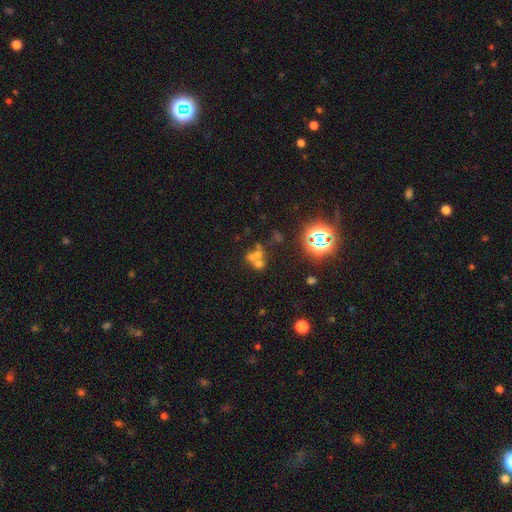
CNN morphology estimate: Smooth or featured?
  - smooth: 41% *
  - star or artifact: 35%
  - featured or disk: 23%
Merging?
  - merger: 53% *
  - none: 33%
  - minor disturbance: 7%
  - major disturbance: 6%